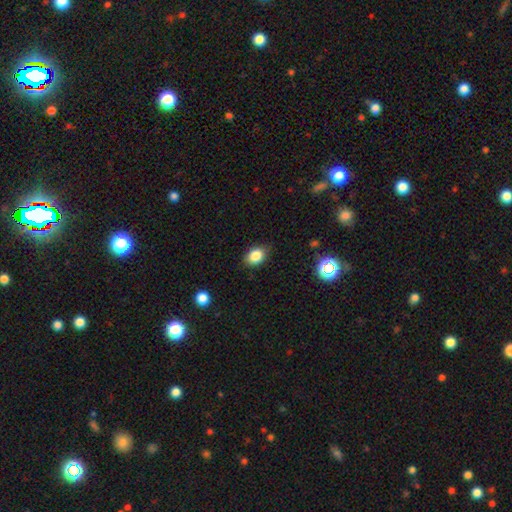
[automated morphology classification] This appears to be a smooth galaxy with no disk features (84%) that is in between round and cigar-shaped (72%). Merging: none (83%).